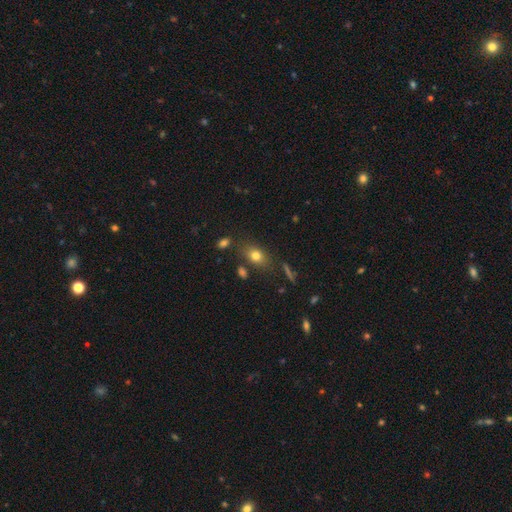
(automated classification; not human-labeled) This is likely a smooth galaxy (77%). How rounded: likely in between (74%). Merging: likely none (75%).